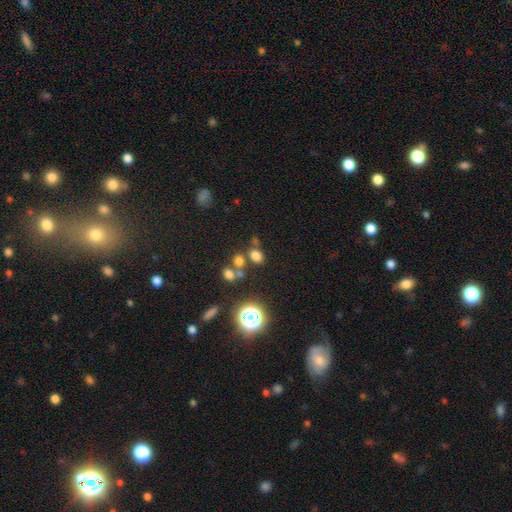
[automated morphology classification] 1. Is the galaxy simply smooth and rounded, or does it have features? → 71% smooth, 21% star or artifact, 8% featured or disk.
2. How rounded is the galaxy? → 60% in between, 38% round, 2% cigar-shaped.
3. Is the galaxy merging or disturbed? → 65% none, 19% merger, 11% minor disturbance, 5% major disturbance.